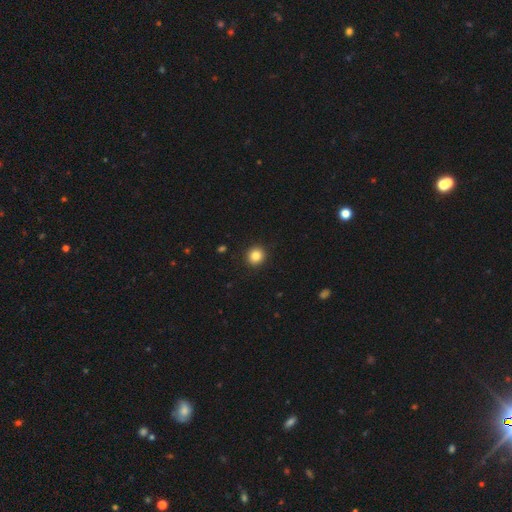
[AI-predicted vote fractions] This appears to be a smooth galaxy with no disk features (84%) that is round (90%). Merging: none (92%).